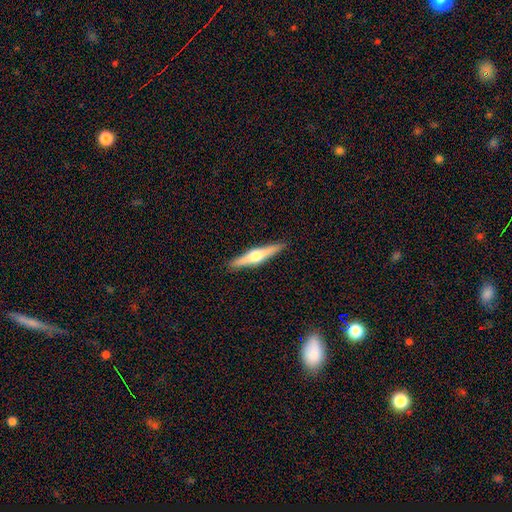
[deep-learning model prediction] featured or disk 67%, smooth 28%, star or artifact 5%. Down the decision tree: edge-on disk — yes (97%); edge-on bulge — rounded (94%); merging — none (91%).